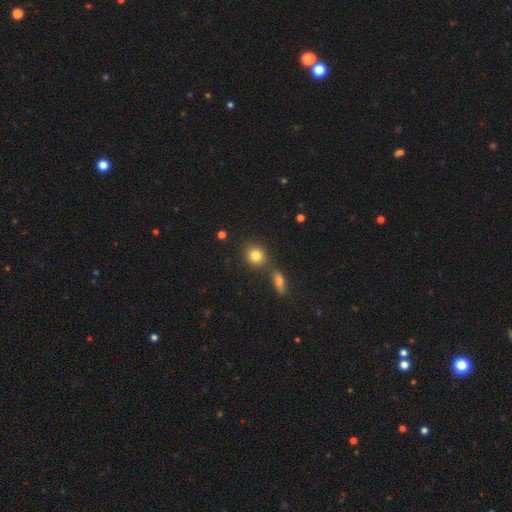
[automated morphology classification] Overall: smooth (81%). How rounded: round (72%). Merging: none (71%).